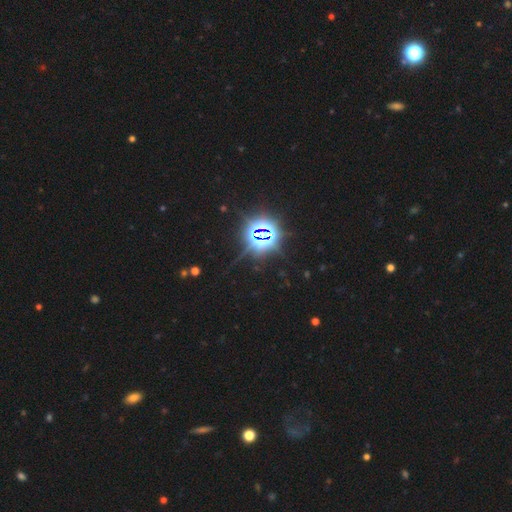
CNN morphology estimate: This appears to be a star or artifact, not a galaxy (86%).